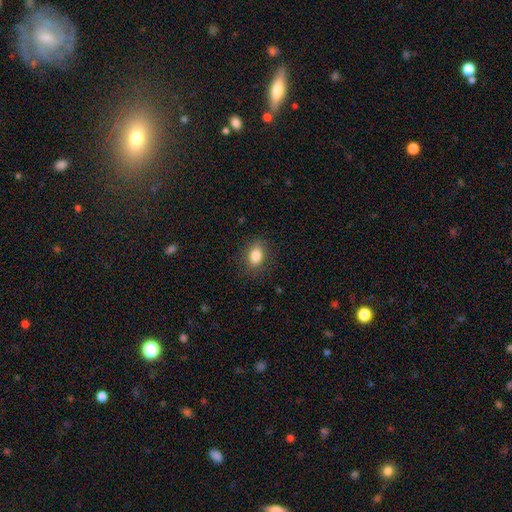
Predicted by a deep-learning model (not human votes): A smooth galaxy with no disk features (84%) that is in between round and cigar-shaped (81%). Merging: none (85%).